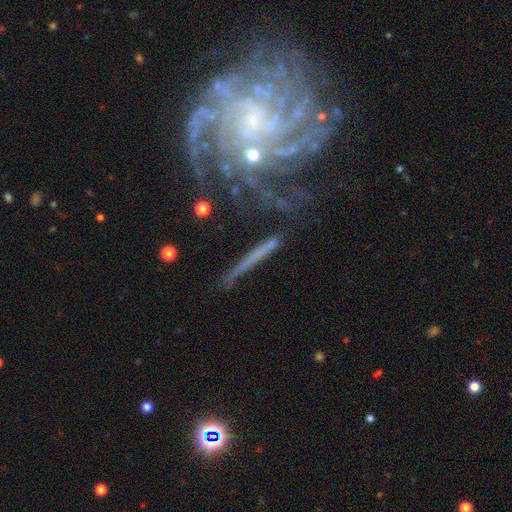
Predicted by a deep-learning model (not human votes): smooth-or-featured: featured or disk: 74% | smooth: 16% | star or artifact: 10%
  disk-edge-on: no: 63% | yes: 37%
  merging: none: 73% | minor disturbance: 15% | major disturbance: 7% | merger: 5%